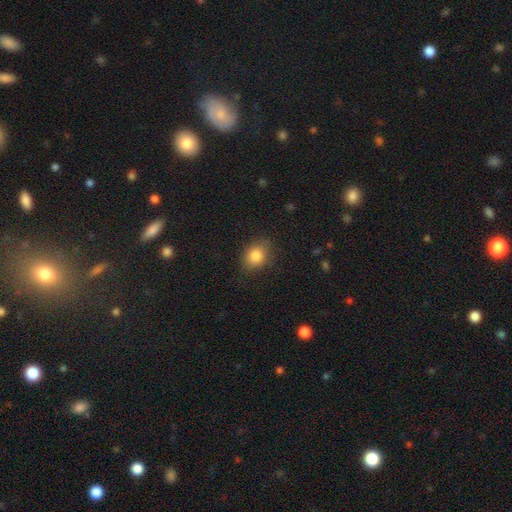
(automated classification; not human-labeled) This appears to be a smooth galaxy with no disk features (83%) that is in between round and cigar-shaped (52%). Merging: none (80%).